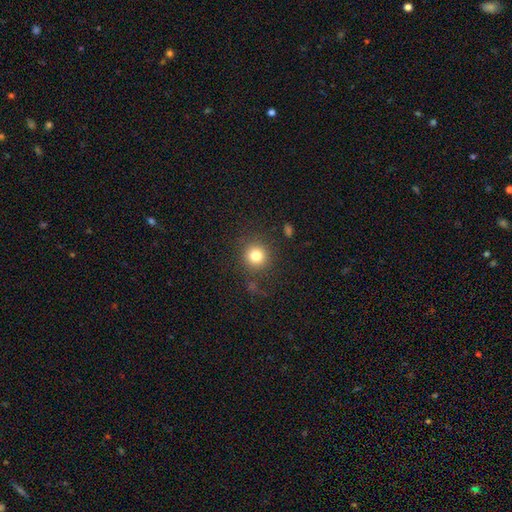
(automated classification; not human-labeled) smooth-or-featured: smooth: 80% | star or artifact: 12% | featured or disk: 7%
  how-rounded: round: 93% | in between: 6% | cigar-shaped: 1%
  merging: none: 85% | minor disturbance: 9% | major disturbance: 4% | merger: 2%